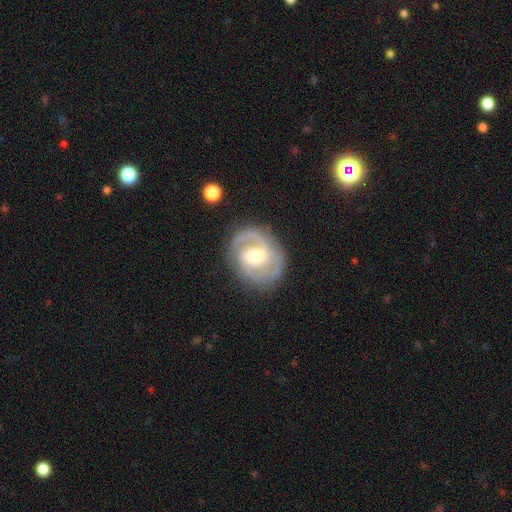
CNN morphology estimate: smooth_or_featured: featured or disk (p=0.88) [alt: smooth p=0.08]
disk_edge_on: no (p=0.98) [alt: yes p=0.02]
bar: weak (p=0.46) [alt: no p=0.41]
has_spiral_arms: yes (p=0.97) [alt: no p=0.03]
spiral_winding: medium (p=0.47) [alt: tight p=0.43]
spiral_arm_count: 2 (p=0.76) [alt: 3 p=0.09]
bulge_size: moderate (p=0.61) [alt: small p=0.30]
merging: none (p=0.80) [alt: minor disturbance p=0.13]